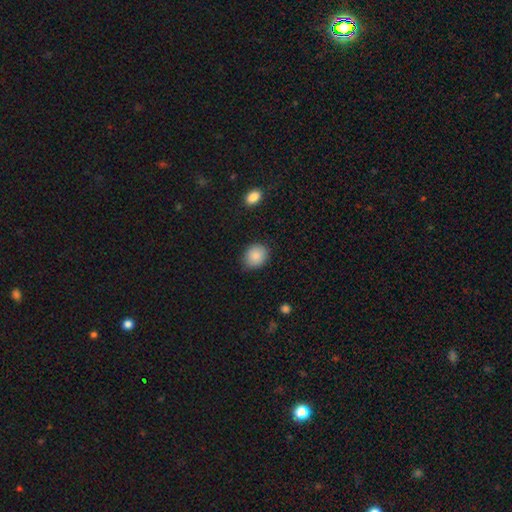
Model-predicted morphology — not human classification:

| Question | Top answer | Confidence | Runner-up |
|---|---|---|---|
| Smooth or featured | smooth | 87% | star or artifact (8%) |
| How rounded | round | 69% | in between (31%) |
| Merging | none | 81% | minor disturbance (15%) |